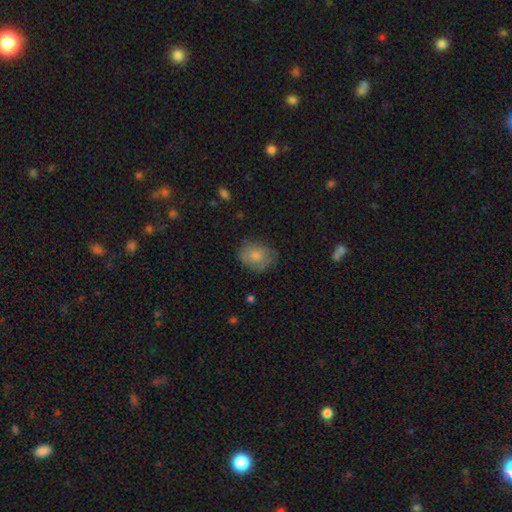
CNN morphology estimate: Smooth or featured: smooth — 76% (featured or disk — 16%)
How rounded: in between — 51% (round — 48%)
Merging: none — 72% (minor disturbance — 21%)